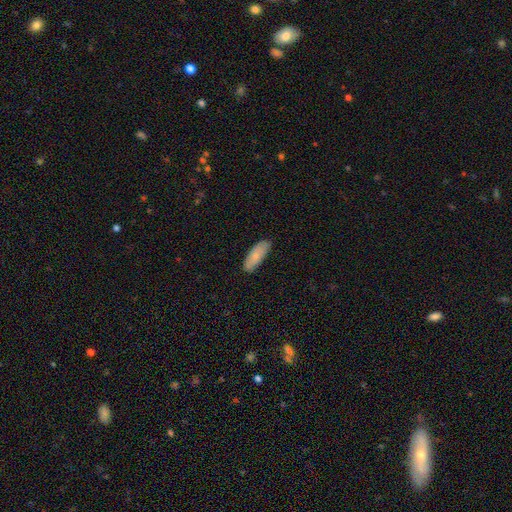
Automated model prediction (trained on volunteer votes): A smooth galaxy with no disk features (78%) that is in between round and cigar-shaped (74%). Merging: none (82%).